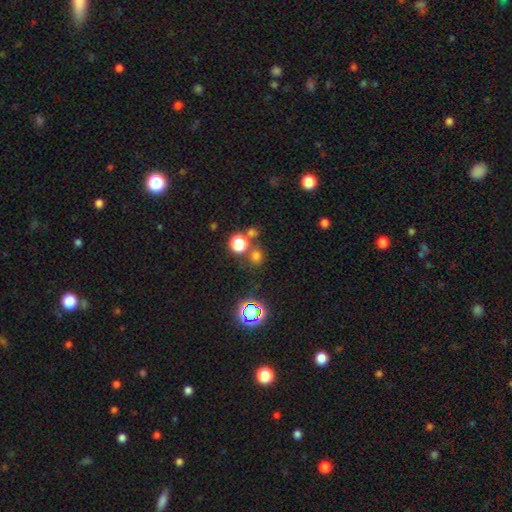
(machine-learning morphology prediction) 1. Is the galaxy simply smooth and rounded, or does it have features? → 66% smooth, 28% star or artifact, 6% featured or disk.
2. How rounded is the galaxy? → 87% round, 12% in between, 1% cigar-shaped.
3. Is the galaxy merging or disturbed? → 72% none, 16% merger, 8% minor disturbance, 4% major disturbance.